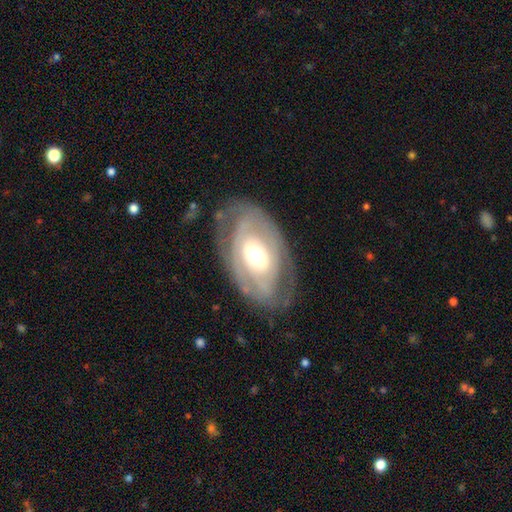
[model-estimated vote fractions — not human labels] smooth-or-featured: featured or disk: 74% | smooth: 21% | star or artifact: 5%
  disk-edge-on: no: 93% | yes: 7%
    bar: no: 64% | weak: 25% | strong: 11%
    has-spiral-arms: yes: 63% | no: 37%
    bulge-size: moderate: 64% | small: 18% | large: 15% | dominant: 2% | none: 1%
  merging: none: 73% | minor disturbance: 17% | major disturbance: 8% | merger: 1%